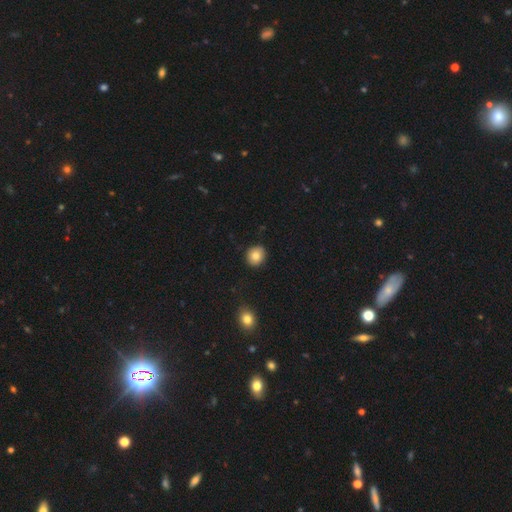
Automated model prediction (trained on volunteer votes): A smooth galaxy with no disk features (85%) that is round (80%).

Vote fractions:
- Smooth or featured? smooth: 85% / star or artifact: 9% / featured or disk: 6%
- How rounded? round: 80% / in between: 19% / cigar-shaped: 1%
- Merging? none: 89% / minor disturbance: 8% / major disturbance: 2% / merger: 1%